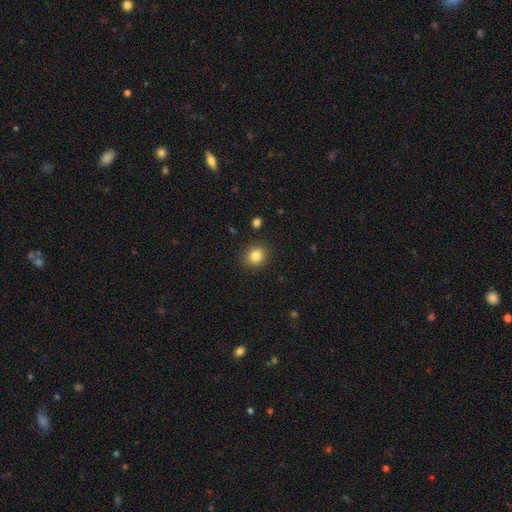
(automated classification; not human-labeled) smooth 84%, star or artifact 10%, featured or disk 6%. Down the decision tree: how rounded — round (77%); merging — none (88%).